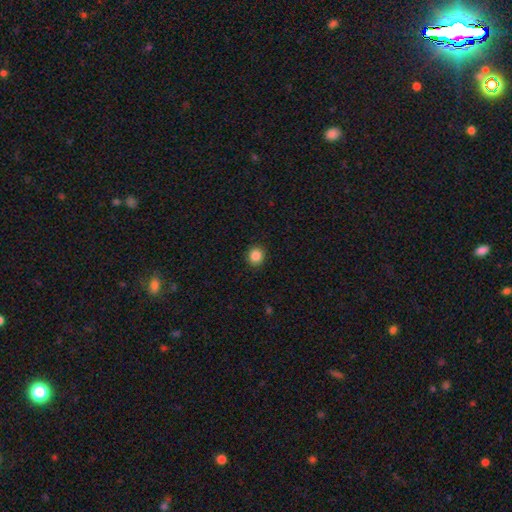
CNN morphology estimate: smooth_or_featured: smooth (p=0.87) [alt: star or artifact p=0.10]
how_rounded: round (p=0.86) [alt: in between p=0.13]
merging: none (p=0.91) [alt: minor disturbance p=0.06]